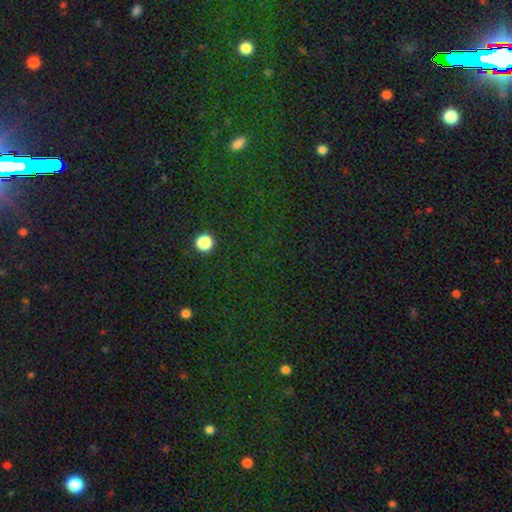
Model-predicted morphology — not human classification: Q: Smooth or featured?
A: star or artifact (77%); runner-up: smooth (14%)